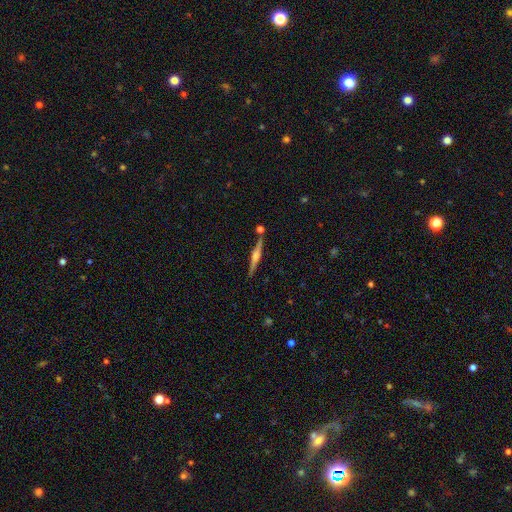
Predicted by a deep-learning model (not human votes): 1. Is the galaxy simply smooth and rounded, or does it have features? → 78% featured or disk, 16% smooth, 6% star or artifact.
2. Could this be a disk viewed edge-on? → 98% yes, 2% no.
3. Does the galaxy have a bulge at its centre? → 85% rounded, 10% boxy, 5% none.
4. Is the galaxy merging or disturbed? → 87% none, 7% minor disturbance, 4% merger, 2% major disturbance.